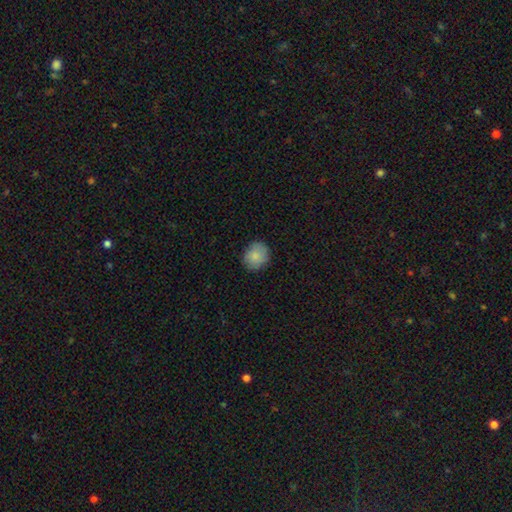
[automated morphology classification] Smooth or featured? smooth (85%)
How rounded? round (66%)
Merging? none (84%)